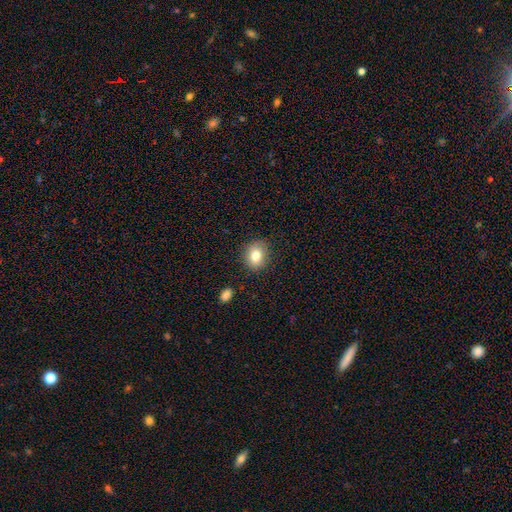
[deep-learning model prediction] Smooth or featured?
  - smooth: 80% *
  - star or artifact: 10%
  - featured or disk: 10%
How rounded?
  - round: 60% *
  - in between: 39%
  - cigar-shaped: 1%
Merging?
  - none: 85% *
  - minor disturbance: 10%
  - major disturbance: 3%
  - merger: 2%